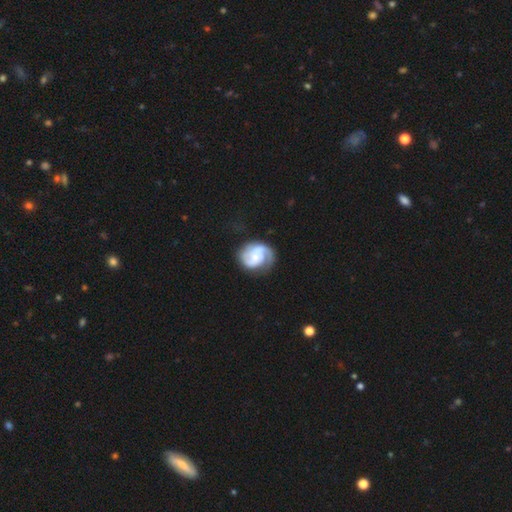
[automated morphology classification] The model was most divided on "spiral winding": medium: 45%, tight: 40%, loose: 15%. Remaining: edge-on disk — no (98%); spiral arms — yes (96%); smooth or featured — featured or disk (83%); spiral arm count — 2 (77%); merging — none (70%); bar — no (58%); bulge size — small (48%).